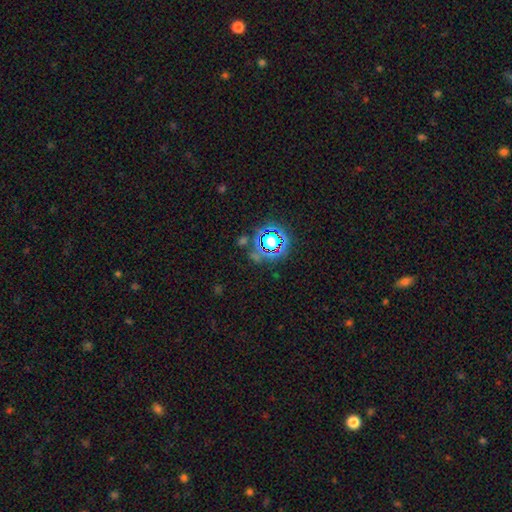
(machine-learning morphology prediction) This appears to be a star or artifact, not a galaxy (71%).